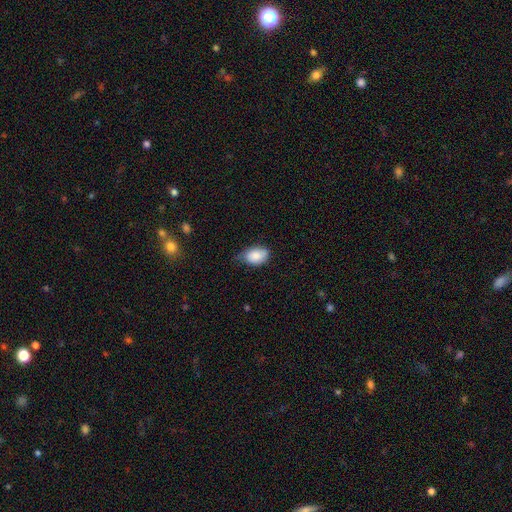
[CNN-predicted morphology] type=smooth (84%); roundness=in between (88%); merging=none (52%).